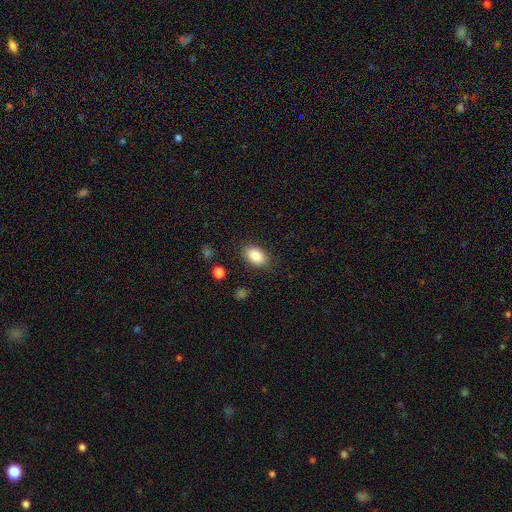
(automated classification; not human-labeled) Overall: smooth (87%). How rounded: in between (91%). Merging: none (85%).